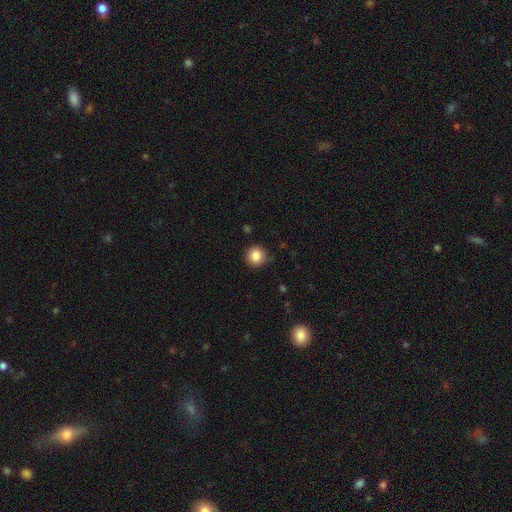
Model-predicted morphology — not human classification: A smooth galaxy with no disk features (86%) that is round (94%). Merging: none (88%).